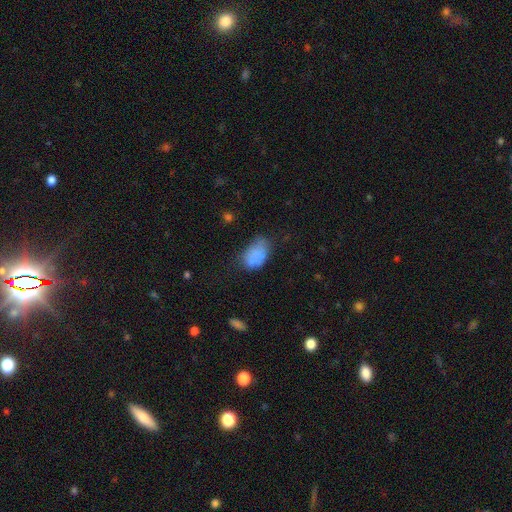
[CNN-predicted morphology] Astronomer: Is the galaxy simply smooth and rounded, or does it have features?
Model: smooth — 75%.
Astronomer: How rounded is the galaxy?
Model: in between — 88%.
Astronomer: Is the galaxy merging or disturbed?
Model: none — 40% (runner-up: minor disturbance, 34%).